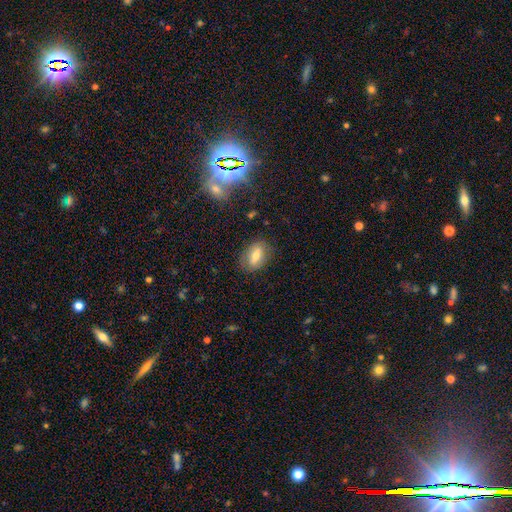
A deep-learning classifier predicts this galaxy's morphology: smooth-or-featured: smooth: 66% | featured or disk: 25% | star or artifact: 9%
  how-rounded: in between: 81% | round: 12% | cigar-shaped: 7%
  merging: none: 81% | minor disturbance: 13% | major disturbance: 4% | merger: 2%